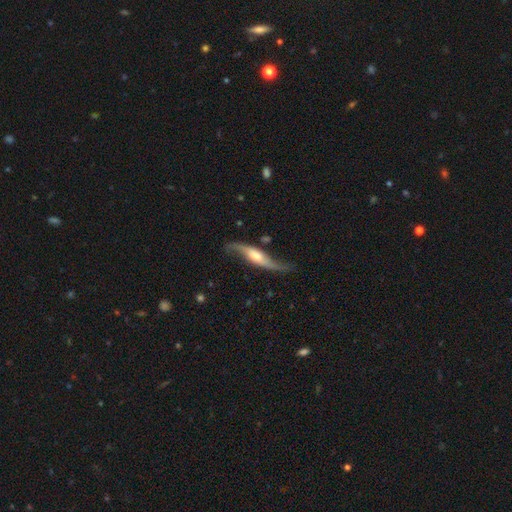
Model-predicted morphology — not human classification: This is clearly a featured or disk galaxy (84%). It is likely not viewed edge-on (64%). Bar: possibly no (48%). Spiral arm pattern: clearly yes (94%). Spiral arm count: clearly 2 (93%). Spiral winding: clearly loose (89%). Central bulge: possibly moderate (56%). Merging: likely none (67%).